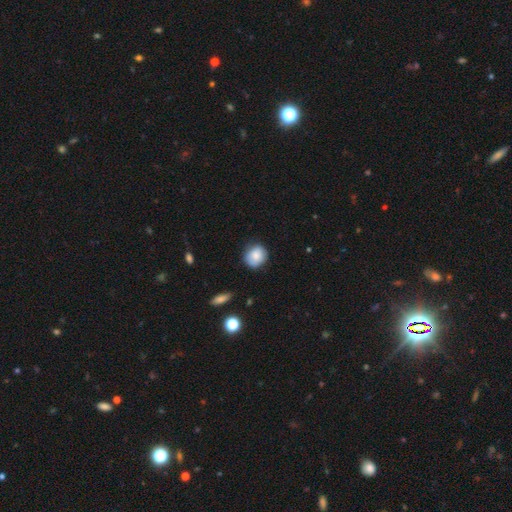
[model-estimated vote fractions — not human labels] smooth 82%, featured or disk 10%, star or artifact 8%. Down the decision tree: how rounded — round (77%); merging — none (76%).